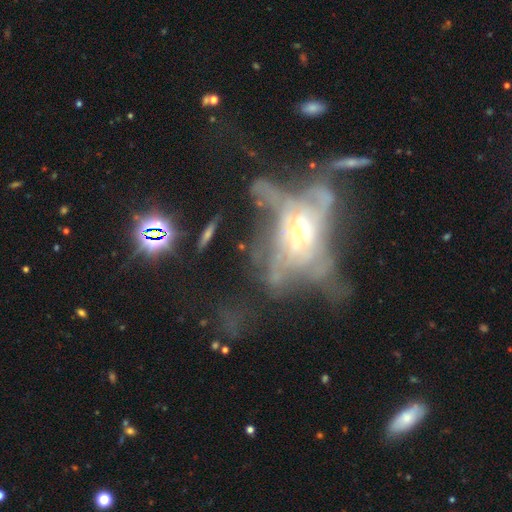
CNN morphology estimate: Overall: featured or disk (72%). Edge-on disk: no (86%). Bar: no (74%). Spiral arms: yes (56%; no 44%). Bulge size: moderate (54%; small 31%). Merging: major disturbance (42%; none 31%).